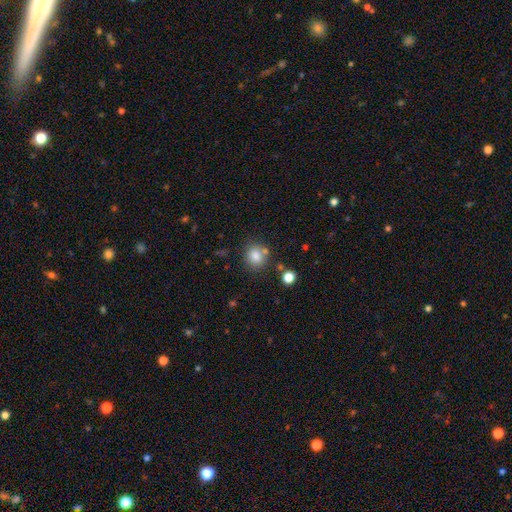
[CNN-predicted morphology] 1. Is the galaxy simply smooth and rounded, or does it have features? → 82% smooth, 11% star or artifact, 7% featured or disk.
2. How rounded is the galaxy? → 75% round, 24% in between, 1% cigar-shaped.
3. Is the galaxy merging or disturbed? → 71% none, 13% minor disturbance, 12% merger, 4% major disturbance.